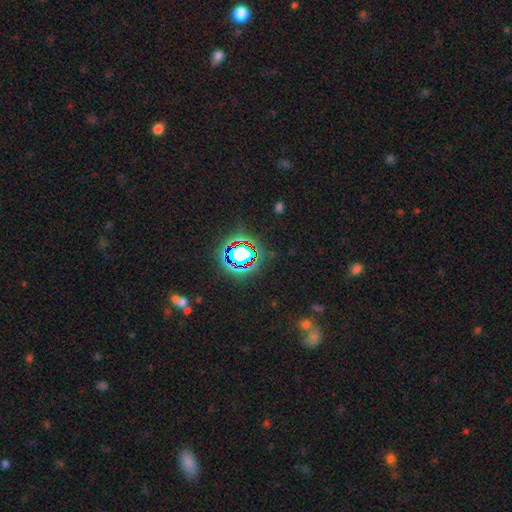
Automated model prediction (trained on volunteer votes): Morphology: type=star or artifact (77%).